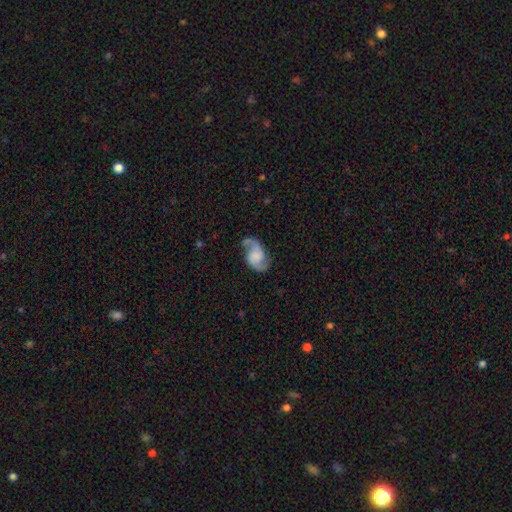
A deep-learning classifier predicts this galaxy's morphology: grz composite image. It shows a featured or disk galaxy (86%) with no bar (54%), 2 (93%) loose (47%) spiral arms (97%) and no central bulge (48%). Merging: none (72%).